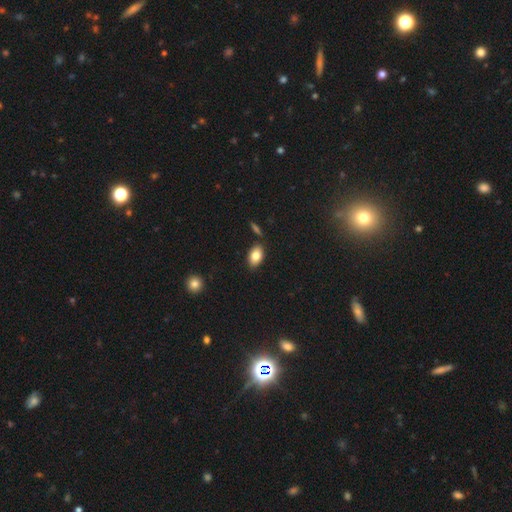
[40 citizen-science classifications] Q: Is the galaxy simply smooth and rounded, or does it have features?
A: smooth — 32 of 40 (80%).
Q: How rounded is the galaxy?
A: in between — 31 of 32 (97%).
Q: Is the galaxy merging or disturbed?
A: none — 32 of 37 (86%).